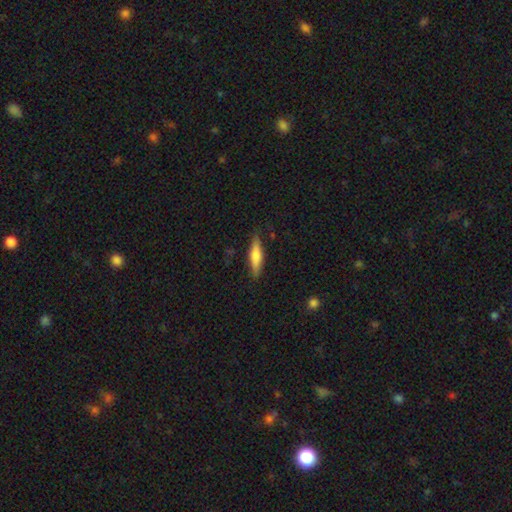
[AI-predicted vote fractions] smooth_or_featured: smooth (p=0.63) [alt: featured or disk p=0.31]
how_rounded: cigar-shaped (p=0.77) [alt: in between p=0.21]
merging: none (p=0.85) [alt: minor disturbance p=0.12]